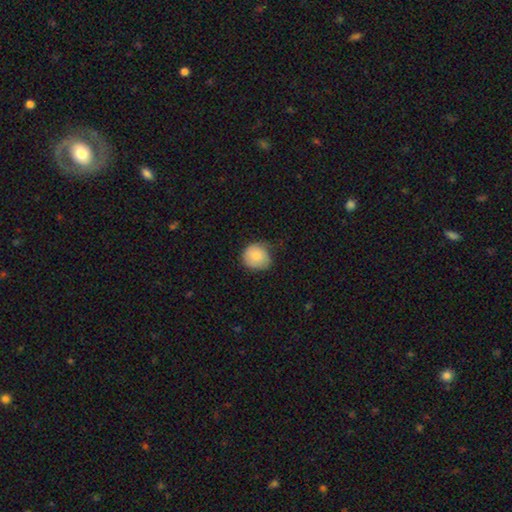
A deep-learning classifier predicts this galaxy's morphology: Smooth or featured? Predicted: smooth (p=0.82). How rounded? Predicted: round (p=0.80). Merging? Predicted: none (p=0.58).